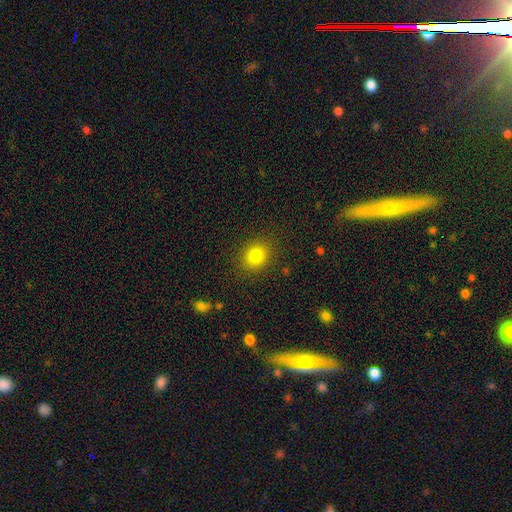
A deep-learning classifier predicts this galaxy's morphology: smooth-or-featured: smooth: 81% | star or artifact: 13% | featured or disk: 7%
  how-rounded: round: 68% | in between: 31% | cigar-shaped: 1%
  merging: none: 88% | minor disturbance: 8% | major disturbance: 3% | merger: 1%